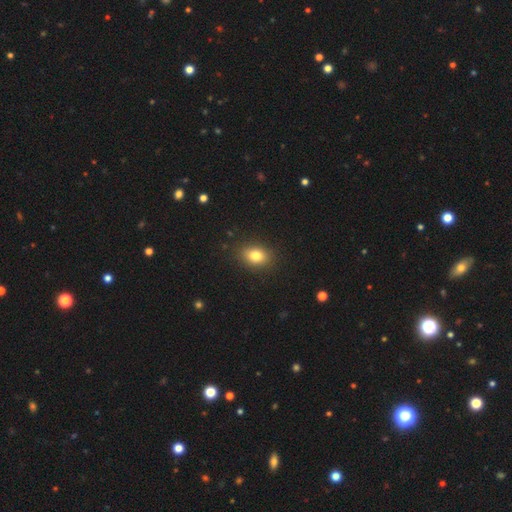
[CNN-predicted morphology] This is clearly a smooth galaxy (81%). How rounded: likely in between (73%). Merging: clearly none (88%).